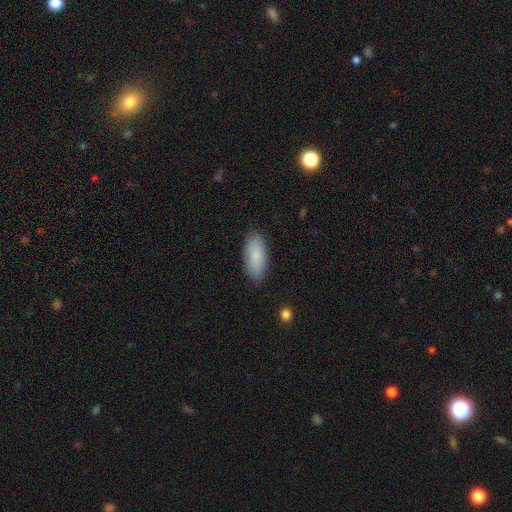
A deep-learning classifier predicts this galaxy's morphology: A smooth galaxy with no disk features (85%) that is in between round and cigar-shaped (82%). Merging: none (86%).